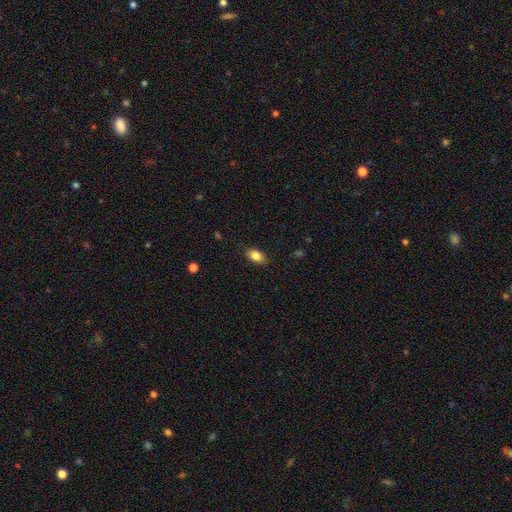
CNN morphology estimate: Smooth or featured? smooth (84%)
How rounded? in between (89%)
Merging? none (86%)